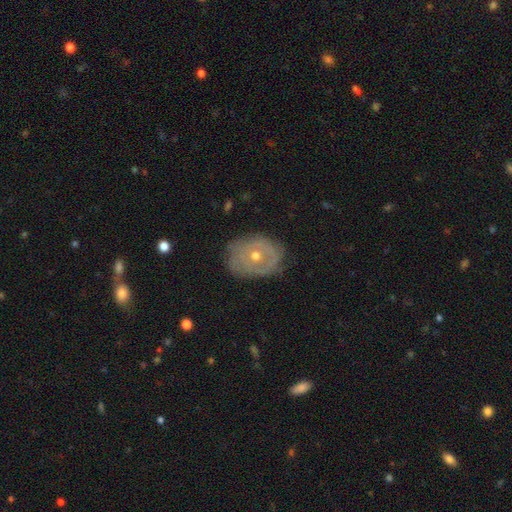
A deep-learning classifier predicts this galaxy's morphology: A featured or disk galaxy (65%) with no bar (85%), no spiral arms (52%) and a moderate central bulge (58%). Merging: none (72%).